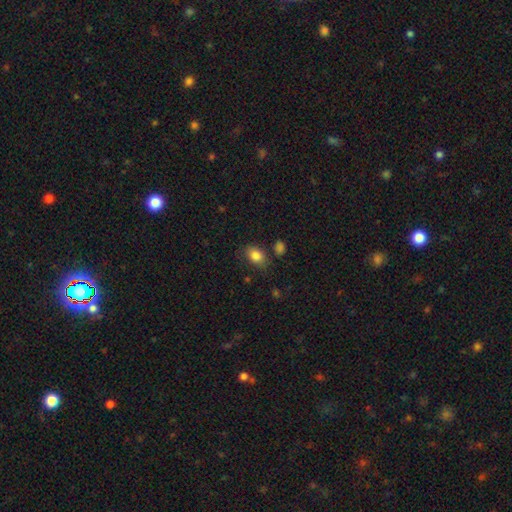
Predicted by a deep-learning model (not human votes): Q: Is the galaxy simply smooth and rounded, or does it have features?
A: smooth — 84%.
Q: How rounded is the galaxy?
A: in between — 76%.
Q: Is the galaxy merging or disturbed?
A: none — 74%.